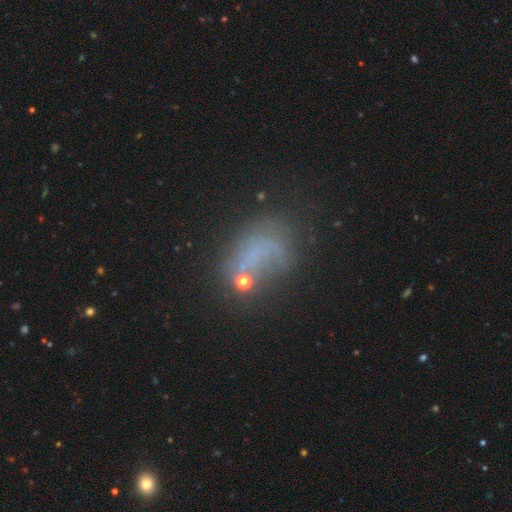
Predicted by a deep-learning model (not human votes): A smooth galaxy with no disk features (43%). Merging: none (40%).